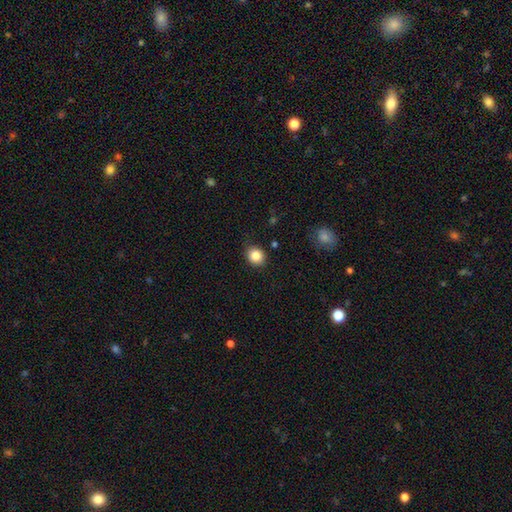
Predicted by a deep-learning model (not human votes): A smooth galaxy with no disk features (85%) that is round (68%).

Vote fractions:
- Smooth or featured? smooth: 85% / star or artifact: 10% / featured or disk: 5%
- How rounded? round: 68% / in between: 31% / cigar-shaped: 1%
- Merging? none: 85% / minor disturbance: 11% / major disturbance: 3% / merger: 2%